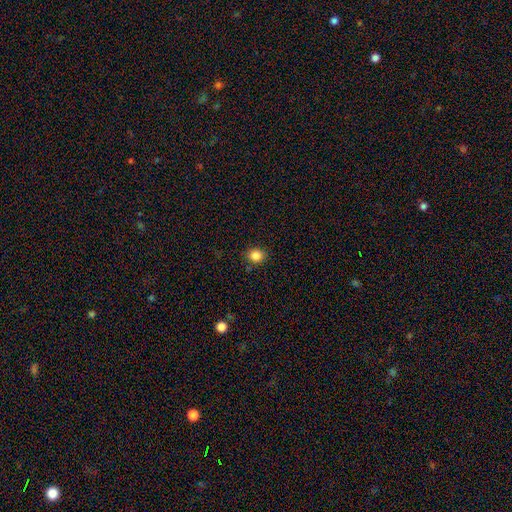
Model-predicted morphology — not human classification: This appears to be a smooth galaxy with no disk features (85%) that is round (71%). Merging: none (87%).